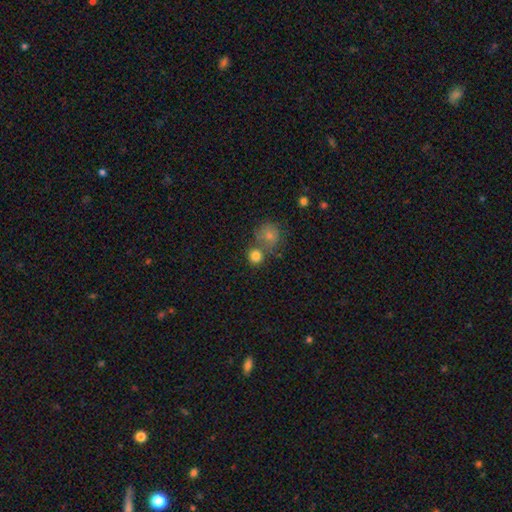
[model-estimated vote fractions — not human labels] Q: Smooth or featured?
A: smooth (82%); runner-up: star or artifact (11%)
Q: How rounded?
A: round (88%); runner-up: in between (11%)
Q: Merging?
A: none (58%); runner-up: merger (30%)